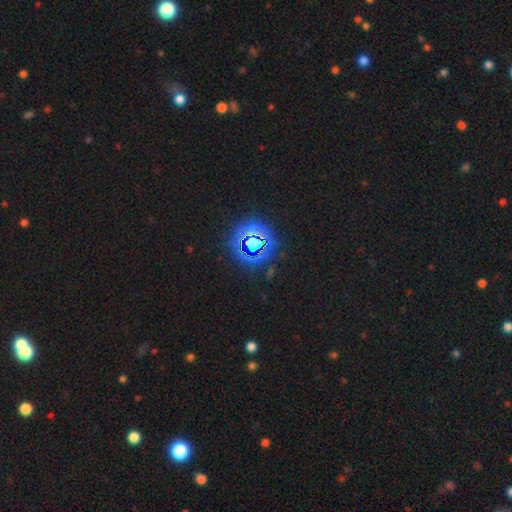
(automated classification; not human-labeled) smooth_or_featured: star or artifact (p=0.79) [alt: smooth p=0.14]